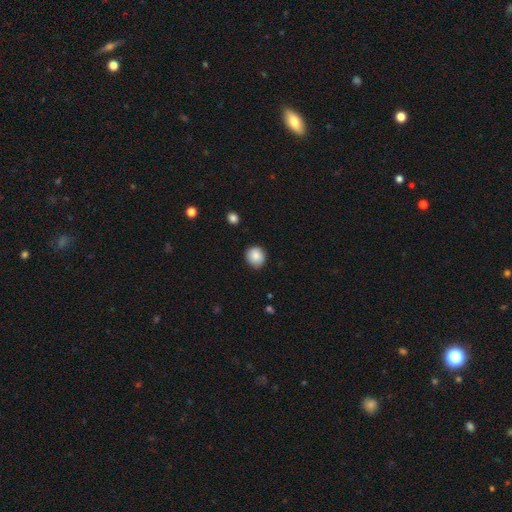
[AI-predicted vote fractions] smooth_or_featured: smooth (p=0.87) [alt: star or artifact p=0.08]
how_rounded: round (p=0.87) [alt: in between p=0.12]
merging: none (p=0.83) [alt: minor disturbance p=0.14]